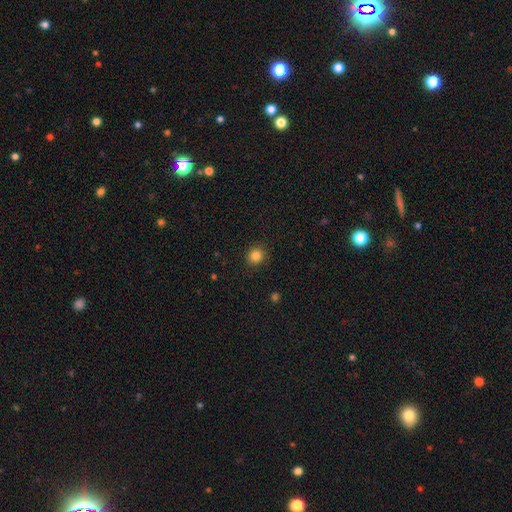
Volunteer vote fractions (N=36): Smooth or featured: smooth — 83% (featured or disk — 11%)
How rounded: round — 87% (in between — 13%)
Merging: none — 88% (minor disturbance — 9%)